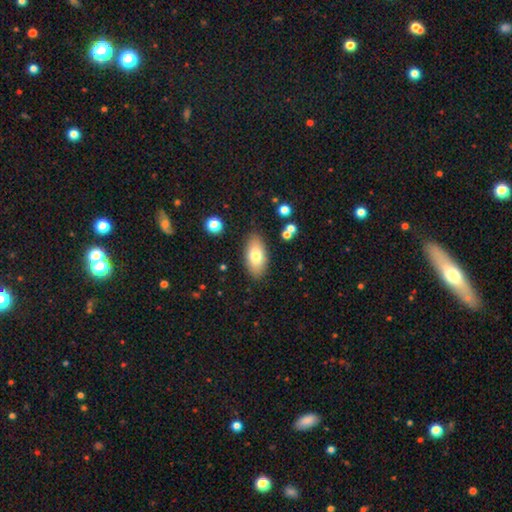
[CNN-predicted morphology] Smooth or featured? Predicted: smooth (p=0.75). How rounded? Predicted: in between (p=0.91). Merging? Predicted: none (p=0.85).